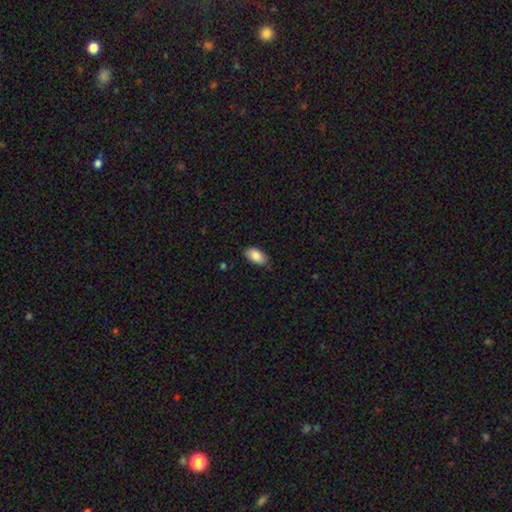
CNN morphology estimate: Smooth or featured? smooth (86%)
How rounded? in between (94%)
Merging? none (82%)